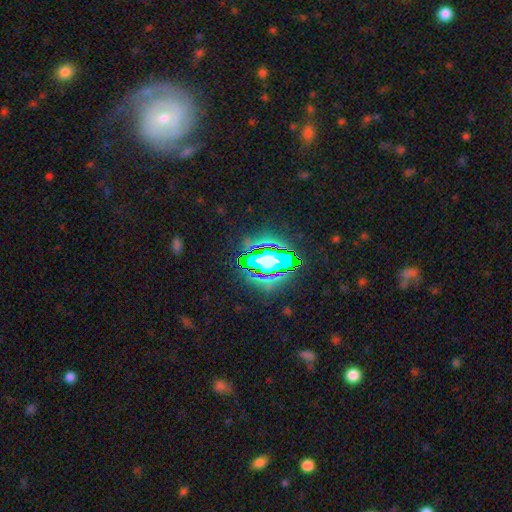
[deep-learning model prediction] smooth-or-featured: star or artifact: 69% | featured or disk: 19% | smooth: 13%